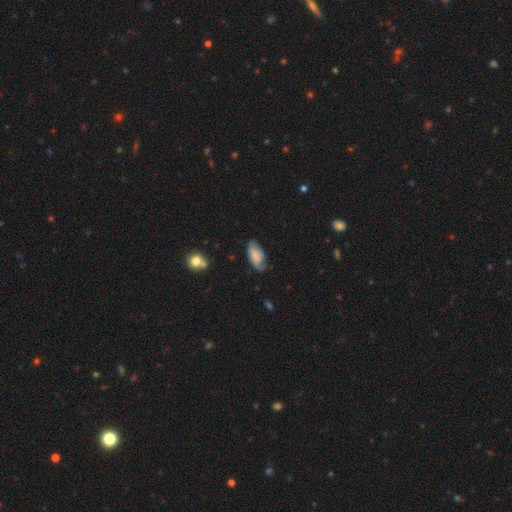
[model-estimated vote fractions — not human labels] Q: Smooth or featured?
A: smooth (60%); runner-up: featured or disk (32%)
Q: How rounded?
A: in between (91%); runner-up: cigar-shaped (6%)
Q: Merging?
A: none (65%); runner-up: minor disturbance (27%)